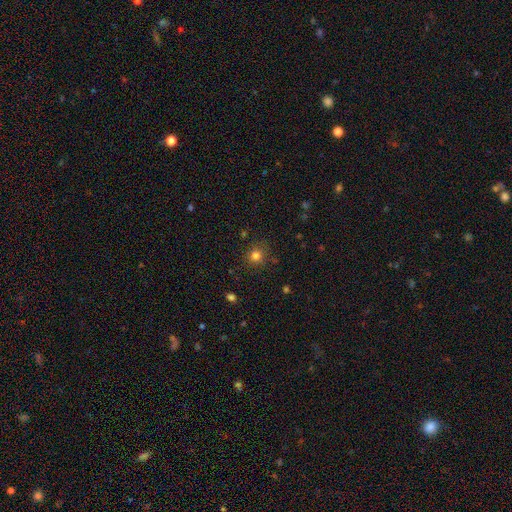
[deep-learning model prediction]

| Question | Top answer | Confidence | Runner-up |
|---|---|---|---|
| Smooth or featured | smooth | 79% | star or artifact (16%) |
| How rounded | round | 88% | in between (11%) |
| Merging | none | 85% | minor disturbance (10%) |